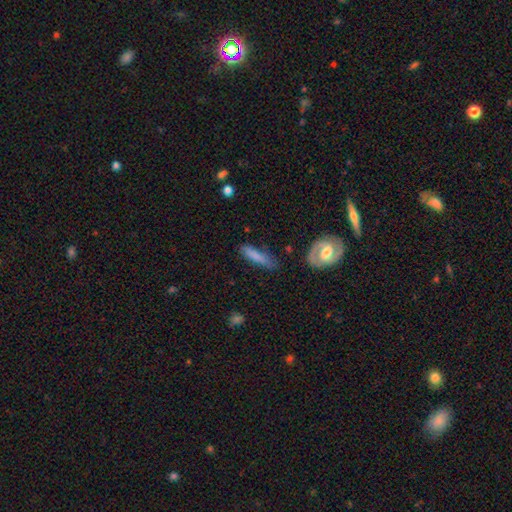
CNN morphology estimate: Q: Smooth or featured?
A: smooth (72%); runner-up: featured or disk (22%)
Q: How rounded?
A: cigar-shaped (80%); runner-up: in between (18%)
Q: Merging?
A: none (69%); runner-up: minor disturbance (21%)